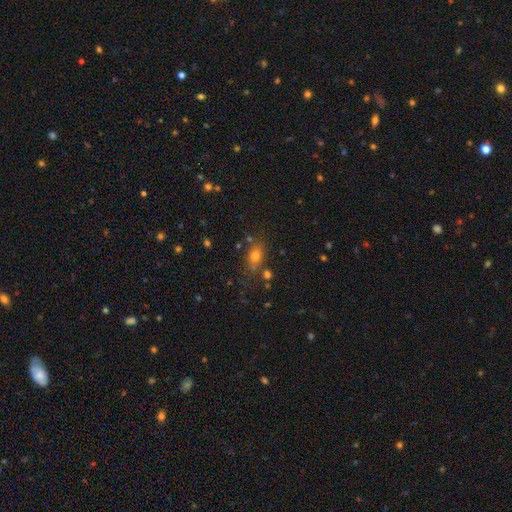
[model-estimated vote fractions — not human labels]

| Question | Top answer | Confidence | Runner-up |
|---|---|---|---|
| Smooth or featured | smooth | 70% | star or artifact (18%) |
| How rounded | in between | 60% | round (37%) |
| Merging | none | 67% | minor disturbance (14%) |